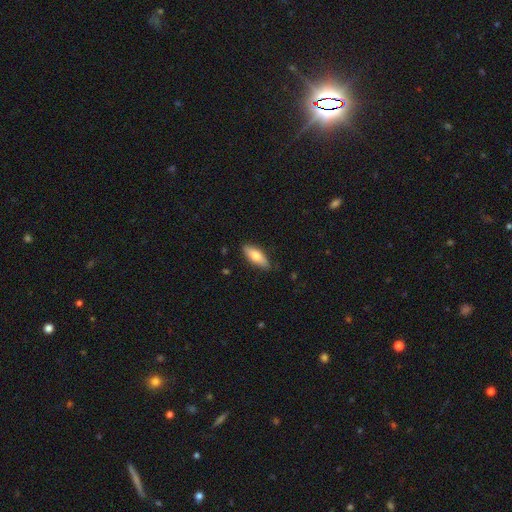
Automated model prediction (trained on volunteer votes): smooth 74%, featured or disk 20%, star or artifact 6%. Down the decision tree: how rounded — in between (70%); merging — none (83%).